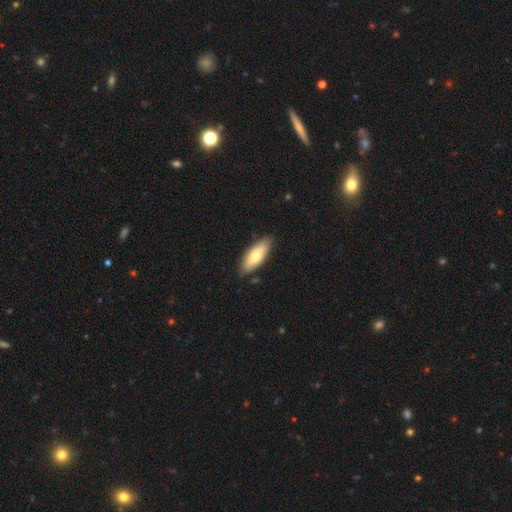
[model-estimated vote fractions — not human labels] Smooth or featured?
  - smooth: 72% *
  - featured or disk: 22%
  - star or artifact: 6%
How rounded?
  - in between: 71% *
  - cigar-shaped: 27%
  - round: 2%
Merging?
  - none: 85% *
  - minor disturbance: 12%
  - major disturbance: 2%
  - merger: 1%